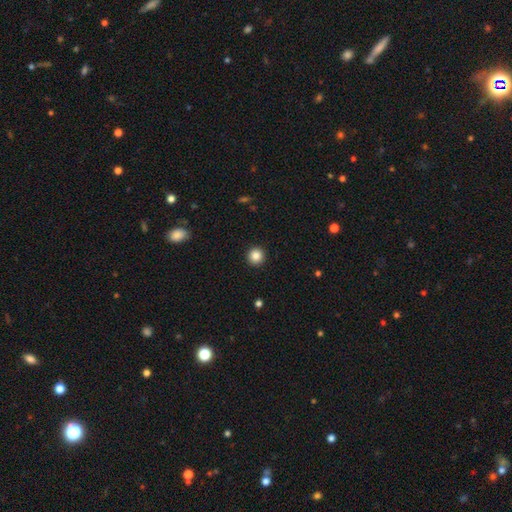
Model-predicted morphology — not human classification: A smooth galaxy with no disk features (85%) that is round (95%).

Vote fractions:
- Smooth or featured? smooth: 85% / star or artifact: 10% / featured or disk: 4%
- How rounded? round: 95% / in between: 4% / cigar-shaped: 1%
- Merging? none: 93% / minor disturbance: 4% / major disturbance: 2% / merger: 1%